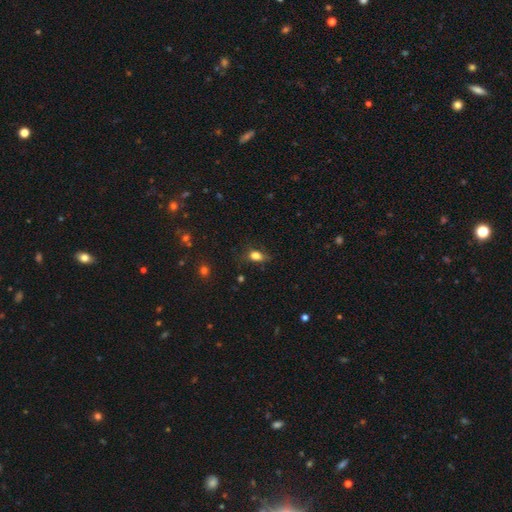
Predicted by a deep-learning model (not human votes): Q: Smooth or featured?
A: smooth (80%); runner-up: star or artifact (12%)
Q: How rounded?
A: in between (77%); runner-up: round (18%)
Q: Merging?
A: none (65%); runner-up: minor disturbance (24%)